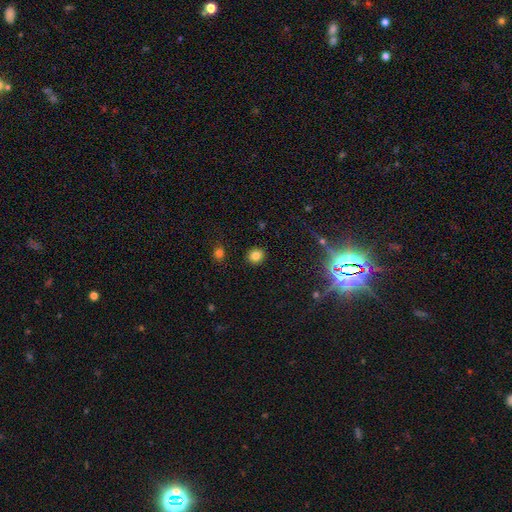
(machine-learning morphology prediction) This is clearly a smooth galaxy (82%). How rounded: clearly round (83%). Merging: clearly none (91%).